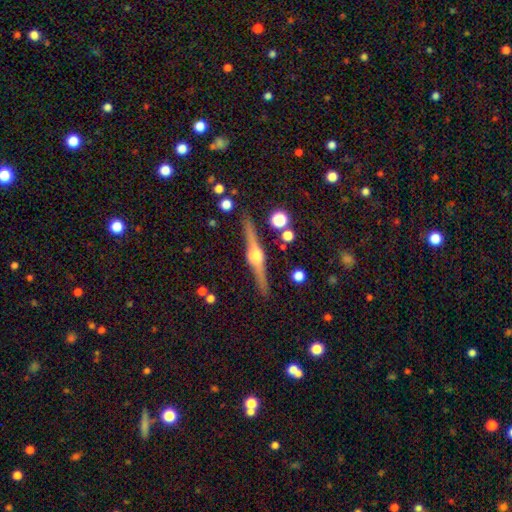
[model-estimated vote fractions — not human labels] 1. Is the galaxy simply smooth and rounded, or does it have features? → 85% featured or disk, 9% smooth, 6% star or artifact.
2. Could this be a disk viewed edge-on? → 98% yes, 2% no.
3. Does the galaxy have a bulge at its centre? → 95% rounded, 4% boxy, 2% none.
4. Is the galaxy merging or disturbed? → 90% none, 7% minor disturbance, 2% merger, 2% major disturbance.